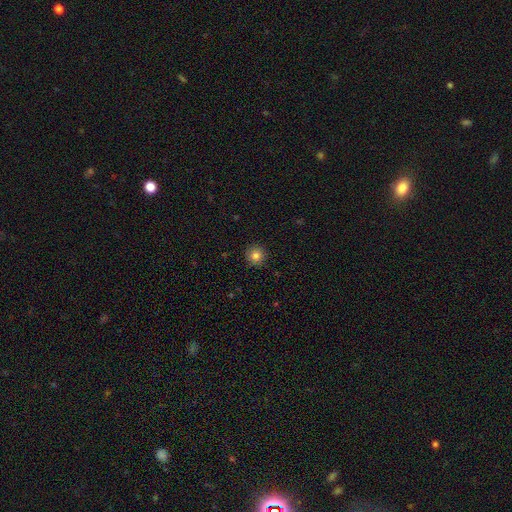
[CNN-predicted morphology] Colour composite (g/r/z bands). It shows a smooth galaxy with no disk features (82%) that is round (95%). Merging: none (91%).